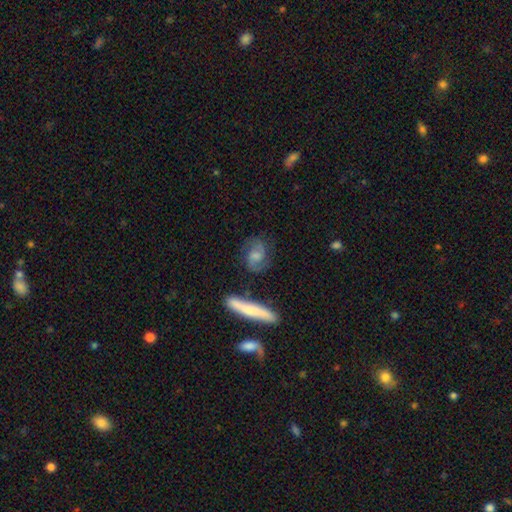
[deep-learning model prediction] Smooth or featured: featured or disk — 70% (smooth — 22%)
Edge-on disk: no — 91% (yes — 9%)
Bar: no — 54% (weak — 36%)
Spiral arms: yes — 93% (no — 7%)
Spiral winding: medium — 50% (tight — 26%)
Spiral arm count: 2 — 88% (can't tell — 6%)
Bulge size: moderate — 46% (small — 27%)
Merging: none — 75% (minor disturbance — 15%)